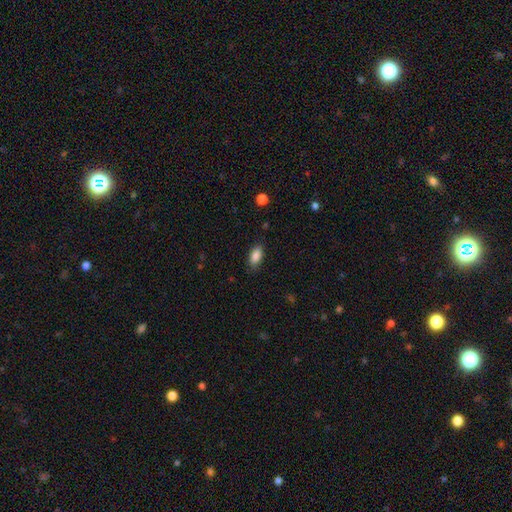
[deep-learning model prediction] Overall: smooth (87%). How rounded: in between (88%). Merging: none (83%).